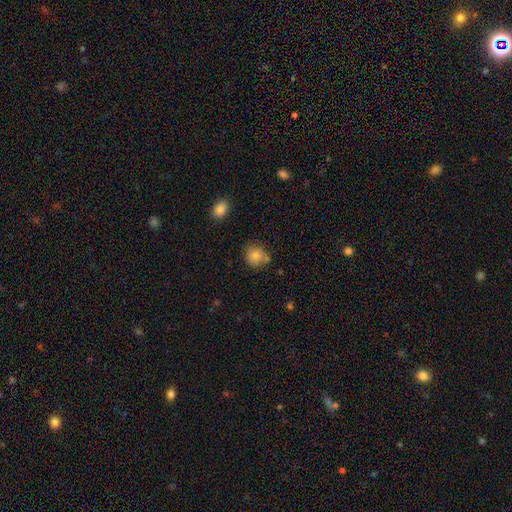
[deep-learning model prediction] A smooth galaxy with no disk features (81%) that is round (83%).

Vote fractions:
- Smooth or featured? smooth: 81% / star or artifact: 10% / featured or disk: 9%
- How rounded? round: 83% / in between: 17% / cigar-shaped: 1%
- Merging? none: 66% / minor disturbance: 17% / merger: 12% / major disturbance: 4%